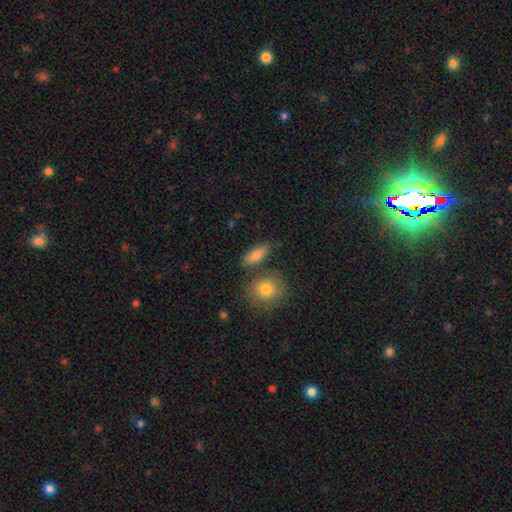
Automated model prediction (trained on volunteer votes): Smooth or featured? Predicted: smooth (p=0.79). How rounded? Predicted: in between (p=0.71). Merging? Predicted: none (p=0.76).